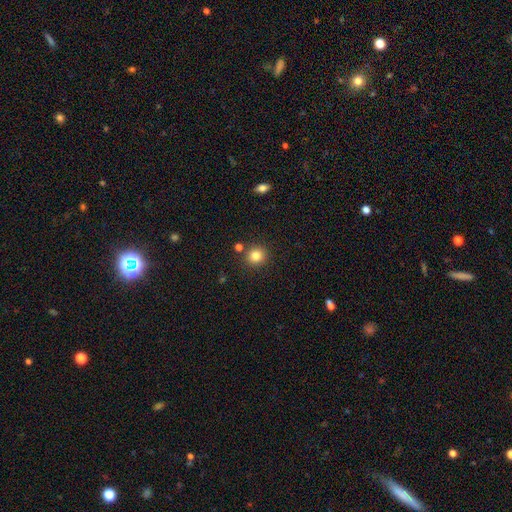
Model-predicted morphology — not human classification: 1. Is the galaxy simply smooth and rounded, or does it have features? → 83% smooth, 12% star or artifact, 5% featured or disk.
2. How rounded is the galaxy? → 90% round, 9% in between, 1% cigar-shaped.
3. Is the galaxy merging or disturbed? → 85% none, 7% minor disturbance, 6% merger, 2% major disturbance.